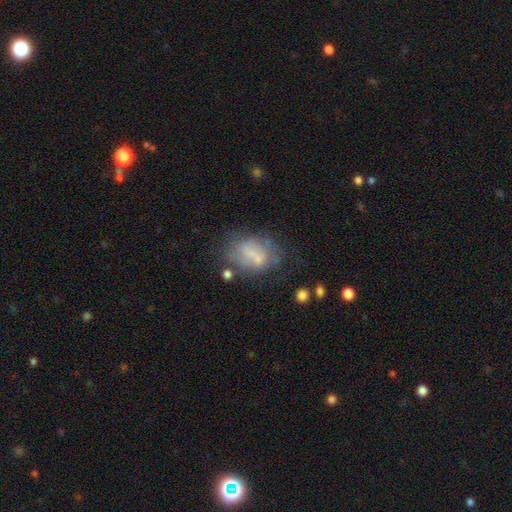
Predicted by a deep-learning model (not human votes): smooth-or-featured: smooth: 50% | featured or disk: 38% | star or artifact: 12%
  merging: none: 50% | minor disturbance: 23% | major disturbance: 15% | merger: 12%